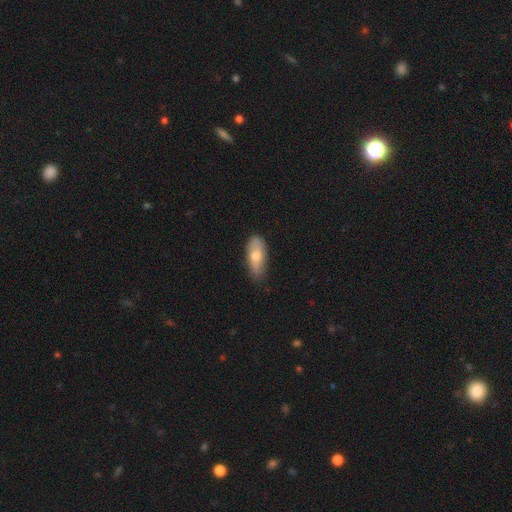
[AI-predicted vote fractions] This appears to be a smooth galaxy with no disk features (68%) that is in between round and cigar-shaped (77%). Merging: none (74%).